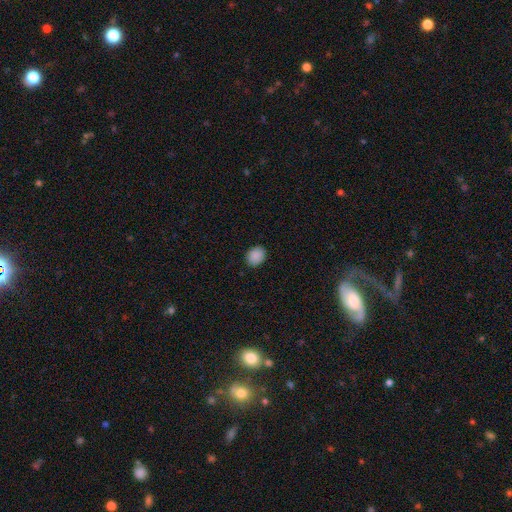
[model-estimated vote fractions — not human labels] smooth 89%, star or artifact 8%, featured or disk 3%. Down the decision tree: how rounded — round (50%); merging — none (87%).